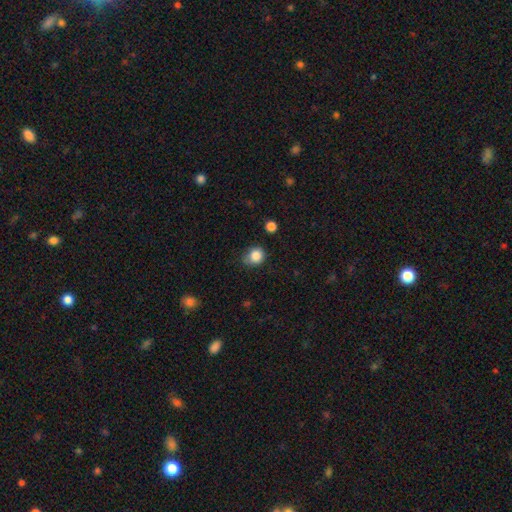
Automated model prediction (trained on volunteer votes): smooth_or_featured: smooth (p=0.85) [alt: star or artifact p=0.10]
how_rounded: round (p=0.76) [alt: in between p=0.23]
merging: none (p=0.63) [alt: minor disturbance p=0.28]